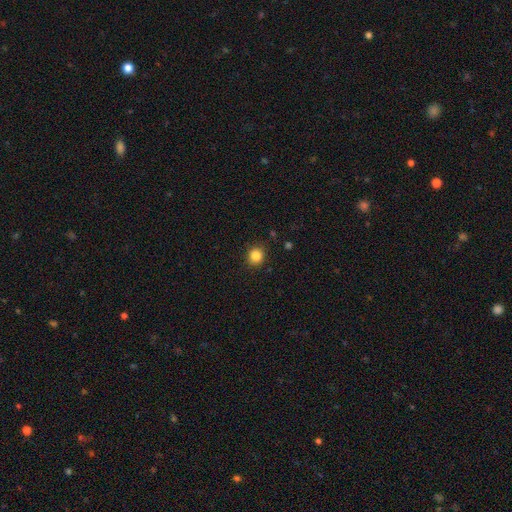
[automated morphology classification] This appears to be a smooth galaxy with no disk features (84%) that is round (87%). Merging: none (89%).